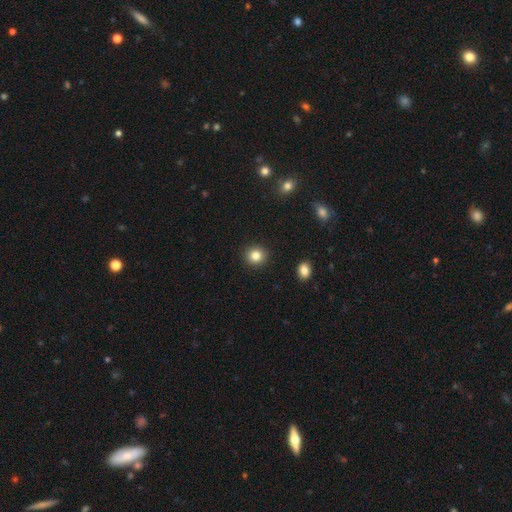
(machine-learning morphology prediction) Overall: smooth (83%). How rounded: round (88%). Merging: none (92%).